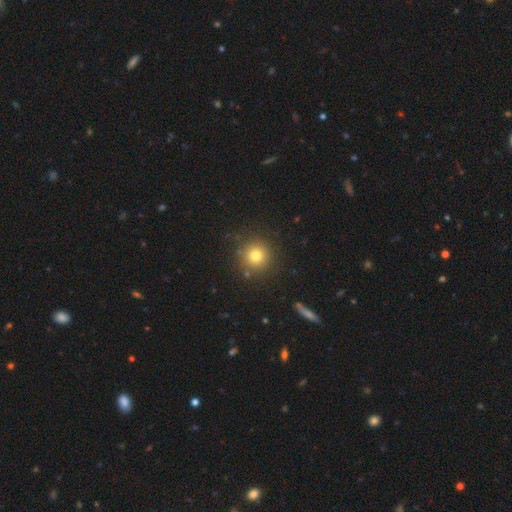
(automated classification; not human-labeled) A smooth galaxy with no disk features (77%) that is round (94%). Merging: none (87%).